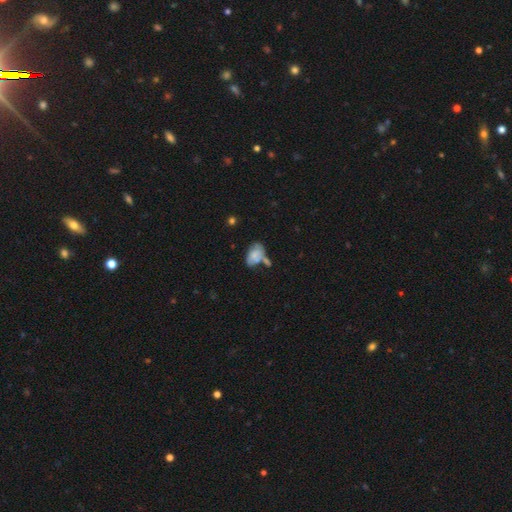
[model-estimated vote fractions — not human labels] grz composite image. It shows a smooth galaxy with no disk features (61%) that is in between round and cigar-shaped (90%). Merging: none (33%).